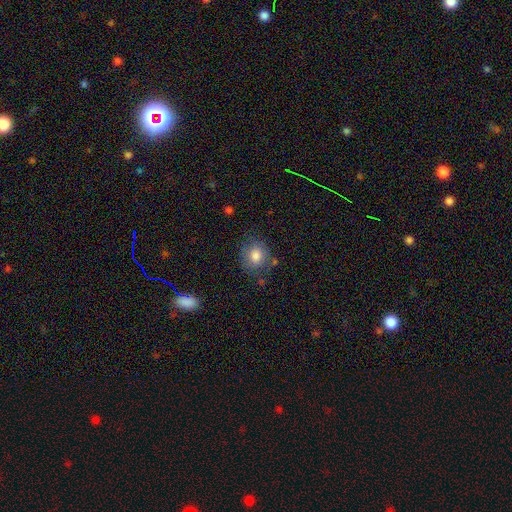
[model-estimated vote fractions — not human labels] smooth 81%, featured or disk 10%, star or artifact 9%. Down the decision tree: how rounded — round (72%); merging — none (74%).